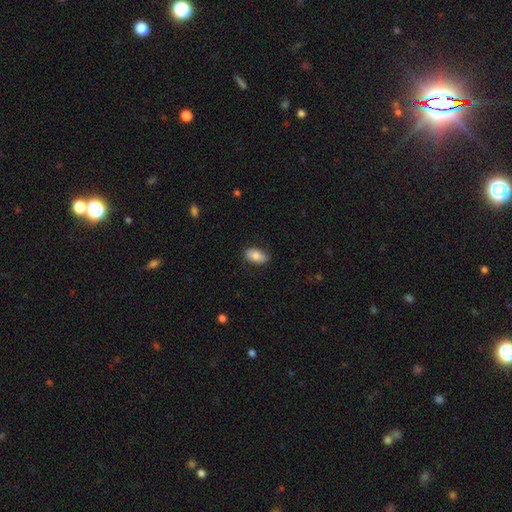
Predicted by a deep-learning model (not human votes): A smooth galaxy with no disk features (81%) that is in between round and cigar-shaped (93%).

Vote fractions:
- Smooth or featured? smooth: 81% / featured or disk: 12% / star or artifact: 7%
- How rounded? in between: 93% / round: 5% / cigar-shaped: 2%
- Merging? none: 83% / minor disturbance: 13% / major disturbance: 3% / merger: 1%